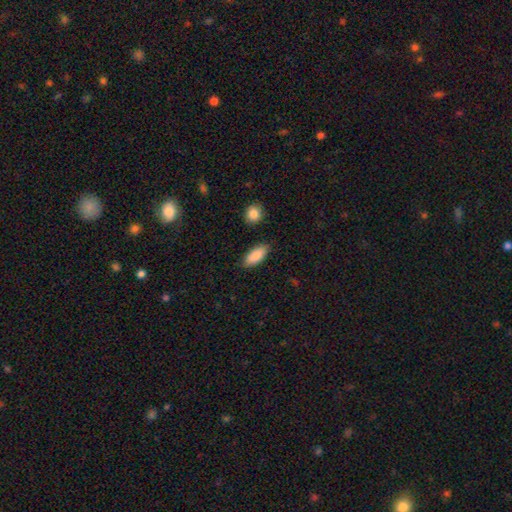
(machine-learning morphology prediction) Q: Smooth or featured?
A: smooth (88%); runner-up: star or artifact (6%)
Q: How rounded?
A: in between (86%); runner-up: cigar-shaped (12%)
Q: Merging?
A: none (85%); runner-up: minor disturbance (11%)